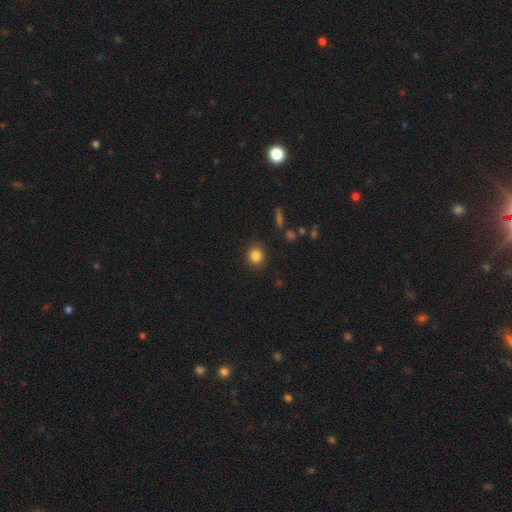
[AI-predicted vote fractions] This is clearly a smooth galaxy (85%). How rounded: likely round (78%). Merging: clearly none (88%).